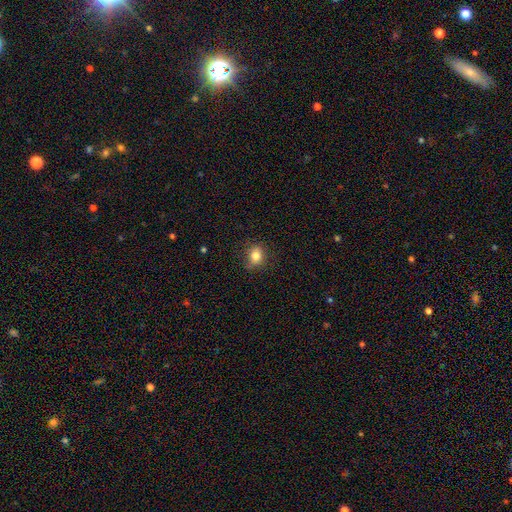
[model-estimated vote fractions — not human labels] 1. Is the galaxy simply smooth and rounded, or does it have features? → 82% smooth, 11% star or artifact, 8% featured or disk.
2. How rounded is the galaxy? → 56% round, 42% in between, 1% cigar-shaped.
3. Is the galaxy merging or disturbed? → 82% none, 14% minor disturbance, 3% major disturbance, 1% merger.